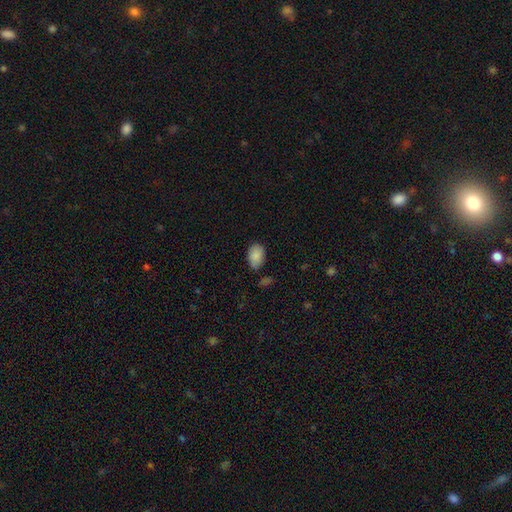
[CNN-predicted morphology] smooth 88%, star or artifact 8%, featured or disk 5%. Down the decision tree: how rounded — in between (85%); merging — none (72%).